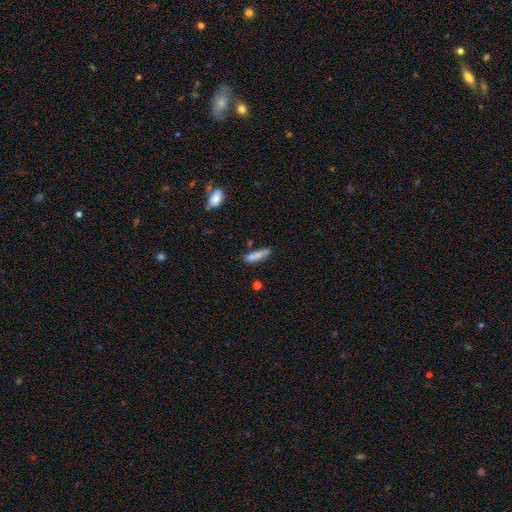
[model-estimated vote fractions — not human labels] The model was most divided on "merging": none: 69%, minor disturbance: 19%, merger: 7%, major disturbance: 4%. More confident: smooth or featured — smooth (80%); how rounded — cigar-shaped (79%).